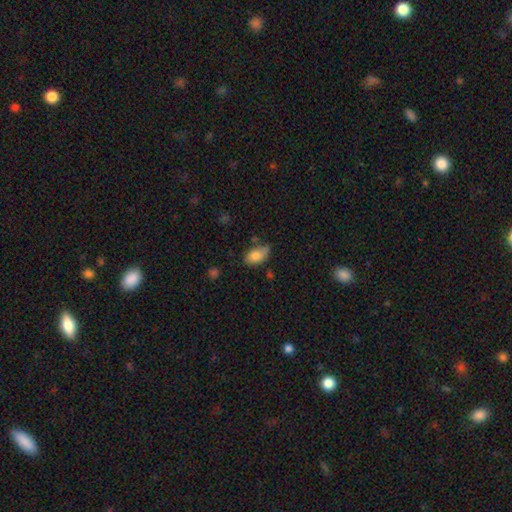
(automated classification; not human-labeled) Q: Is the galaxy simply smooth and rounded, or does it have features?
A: smooth — 81%.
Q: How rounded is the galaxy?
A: in between — 91%.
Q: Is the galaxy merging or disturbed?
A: none — 54%.